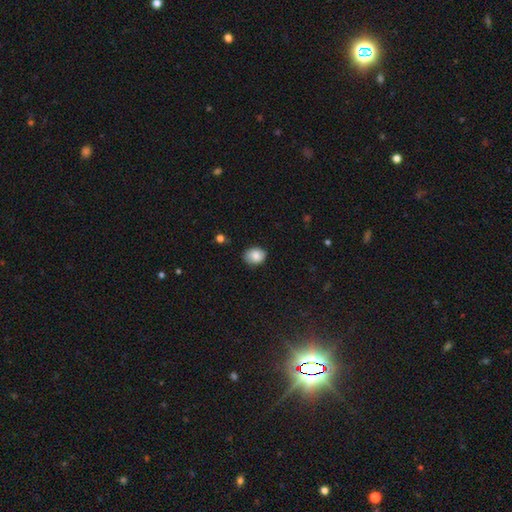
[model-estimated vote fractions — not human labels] Smooth or featured? Predicted: smooth (p=0.83). How rounded? Predicted: in between (p=0.51). Merging? Predicted: none (p=0.77).